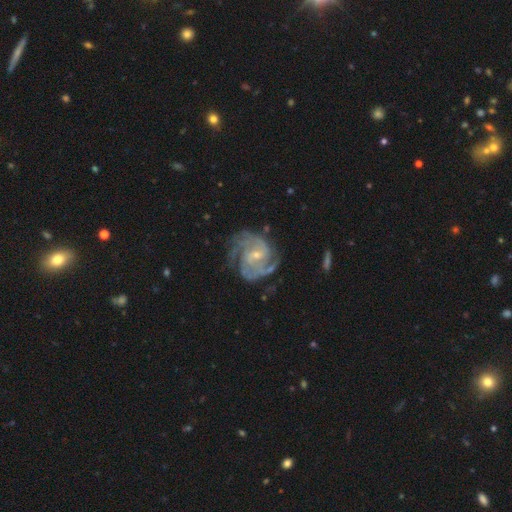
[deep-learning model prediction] Morphology: type=featured or disk (90%); edge-on=no (98%); bar=weak (46%); spiral arms=yes (97%); winding=tight (46%); arm count=2 (31%); bulge=small (70%); merging=none (66%).